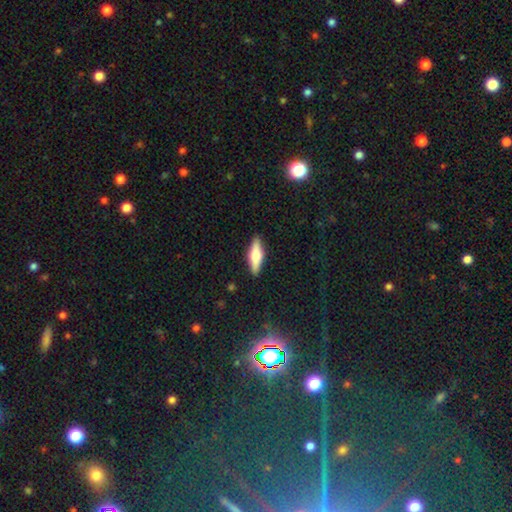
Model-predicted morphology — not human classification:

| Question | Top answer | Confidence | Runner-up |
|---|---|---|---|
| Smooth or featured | smooth | 48% | featured or disk (46%) |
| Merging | none | 89% | minor disturbance (8%) |